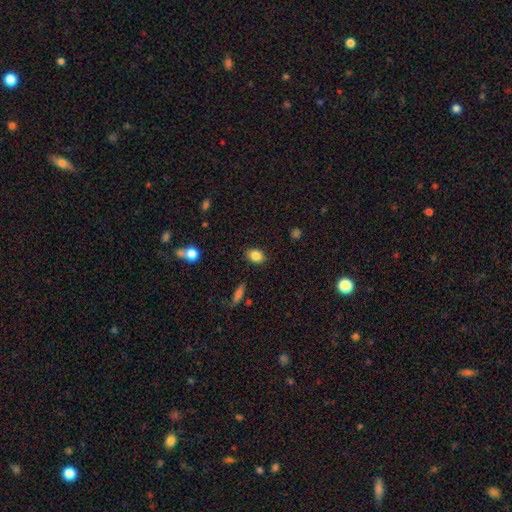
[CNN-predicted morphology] A smooth galaxy with no disk features (85%) that is in between round and cigar-shaped (73%). Merging: none (87%).